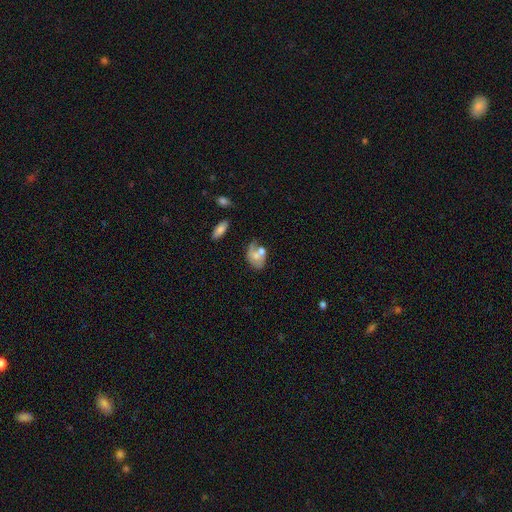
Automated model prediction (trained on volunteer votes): Overall: smooth (48%; featured or disk 43%). Merging: merger (33%; none 31%).